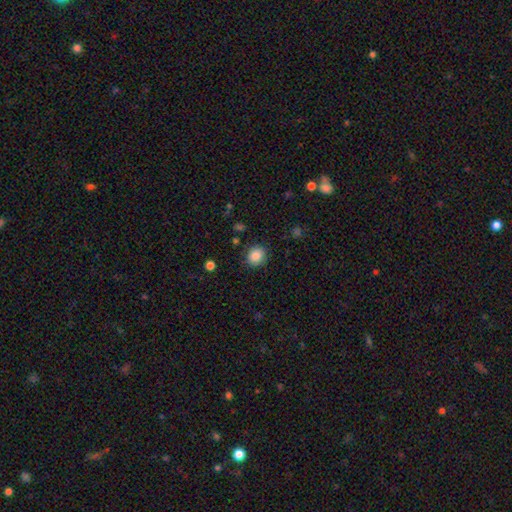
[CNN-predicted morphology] Smooth or featured? smooth (87%)
How rounded? round (70%)
Merging? none (85%)